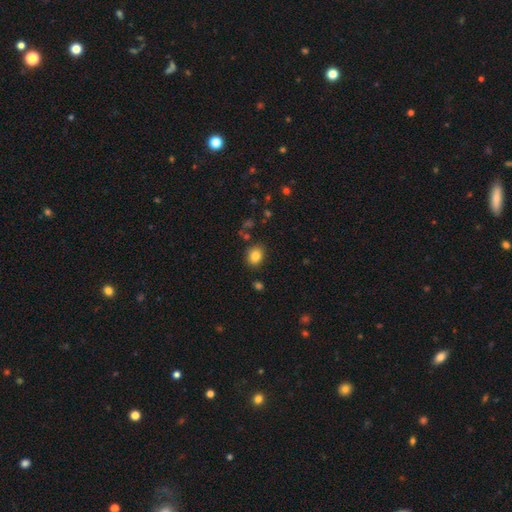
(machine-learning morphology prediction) Q: Smooth or featured?
A: smooth (84%); runner-up: star or artifact (11%)
Q: How rounded?
A: round (53%); runner-up: in between (46%)
Q: Merging?
A: none (84%); runner-up: minor disturbance (10%)